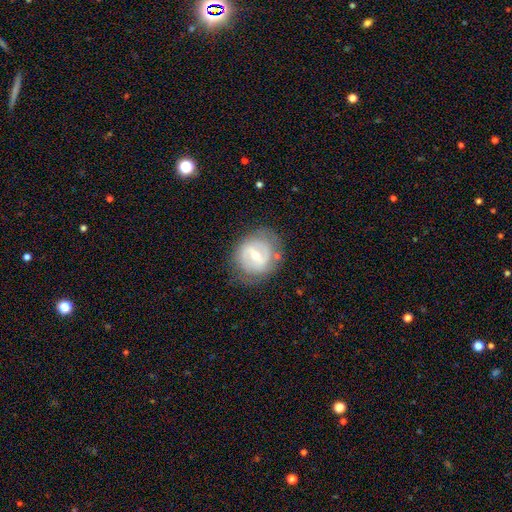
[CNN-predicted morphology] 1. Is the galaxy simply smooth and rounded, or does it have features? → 66% featured or disk, 28% smooth, 6% star or artifact.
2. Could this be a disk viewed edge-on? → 96% no, 4% yes.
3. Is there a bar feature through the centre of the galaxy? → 47% weak, 39% strong, 13% no.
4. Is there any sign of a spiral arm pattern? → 60% yes, 40% no.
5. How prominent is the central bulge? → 52% moderate, 43% small, 3% large, 2% none, 1% dominant.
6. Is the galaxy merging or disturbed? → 71% none, 18% minor disturbance, 9% major disturbance, 2% merger.